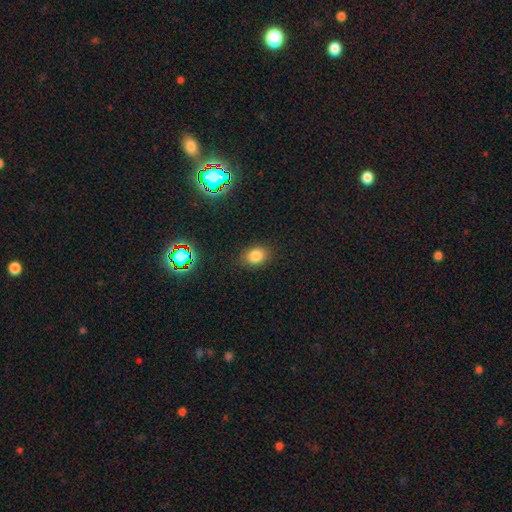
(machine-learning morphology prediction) The model was most divided on "how rounded": in between: 59%, round: 40%, cigar-shaped: 1%. More confident: merging — none (84%); smooth or featured — smooth (81%).